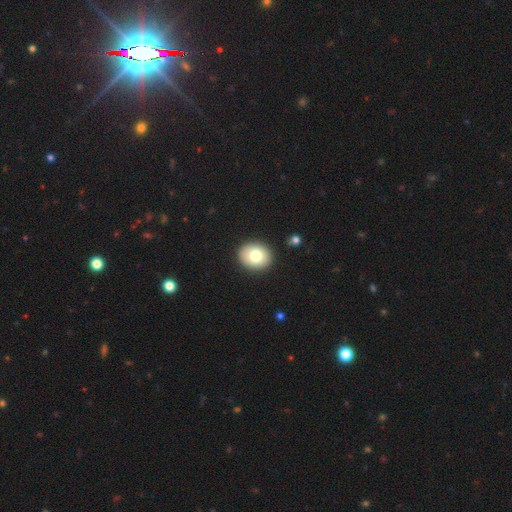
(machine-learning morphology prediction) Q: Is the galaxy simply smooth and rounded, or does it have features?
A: smooth — 78%.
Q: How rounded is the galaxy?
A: round — 56%.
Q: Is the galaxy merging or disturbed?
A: none — 91%.